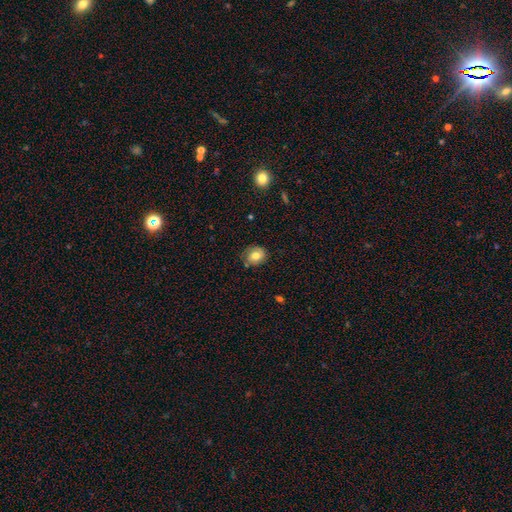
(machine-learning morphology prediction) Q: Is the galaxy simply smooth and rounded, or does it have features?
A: smooth — 74%.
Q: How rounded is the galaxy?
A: round — 64%.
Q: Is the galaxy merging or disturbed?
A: none — 76%.